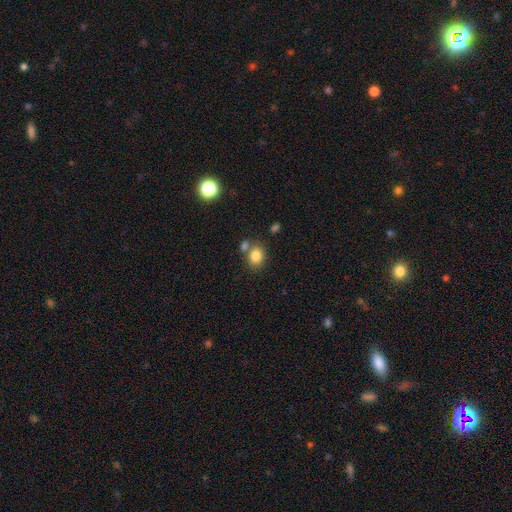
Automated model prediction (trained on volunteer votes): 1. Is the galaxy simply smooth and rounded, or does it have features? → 82% smooth, 10% star or artifact, 8% featured or disk.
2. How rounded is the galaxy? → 56% round, 44% in between, 1% cigar-shaped.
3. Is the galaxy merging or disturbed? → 63% none, 21% merger, 12% minor disturbance, 4% major disturbance.